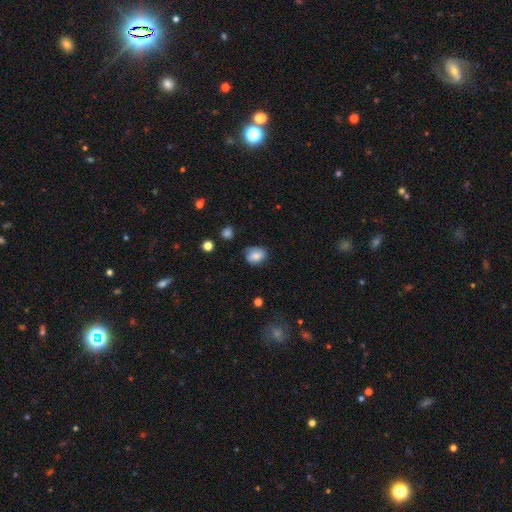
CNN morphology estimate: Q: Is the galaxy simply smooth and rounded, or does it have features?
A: smooth — 73%.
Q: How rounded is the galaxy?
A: in between — 52%.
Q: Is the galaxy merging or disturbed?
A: none — 59%.